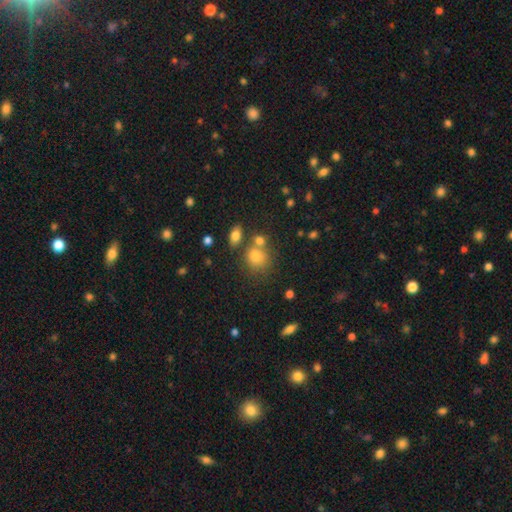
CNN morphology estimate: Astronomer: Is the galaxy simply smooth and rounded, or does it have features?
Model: smooth — 76%.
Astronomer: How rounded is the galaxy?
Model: round — 74%.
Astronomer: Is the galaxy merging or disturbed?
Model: none — 61%.